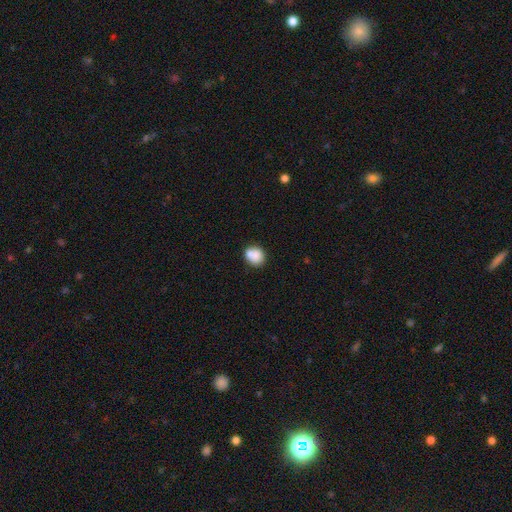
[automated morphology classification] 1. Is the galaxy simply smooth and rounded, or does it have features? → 78% smooth, 13% featured or disk, 8% star or artifact.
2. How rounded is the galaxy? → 71% round, 28% in between, 1% cigar-shaped.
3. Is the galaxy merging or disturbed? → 51% none, 31% merger, 13% minor disturbance, 4% major disturbance.